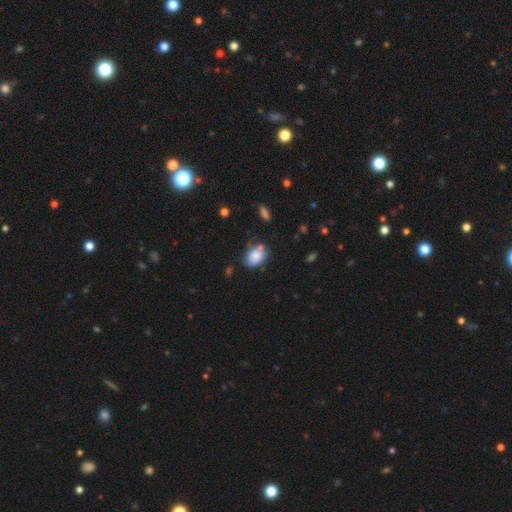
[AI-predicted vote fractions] smooth-or-featured: smooth: 83% | featured or disk: 9% | star or artifact: 8%
  how-rounded: in between: 77% | round: 22% | cigar-shaped: 1%
  merging: none: 60% | minor disturbance: 23% | merger: 12% | major disturbance: 6%